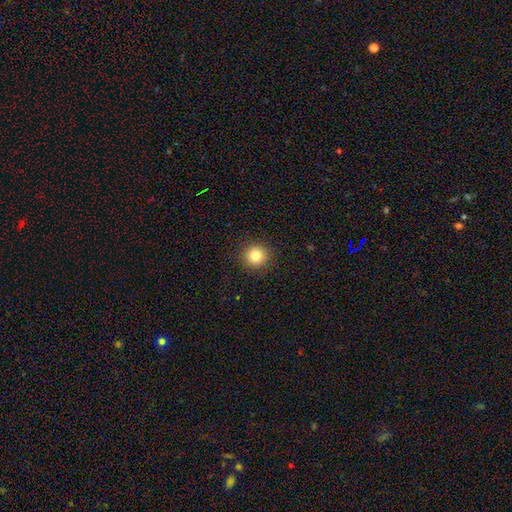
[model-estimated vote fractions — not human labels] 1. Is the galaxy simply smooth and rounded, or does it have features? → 82% smooth, 12% star or artifact, 7% featured or disk.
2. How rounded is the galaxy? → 94% round, 5% in between, 1% cigar-shaped.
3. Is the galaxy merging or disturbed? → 92% none, 6% minor disturbance, 2% major disturbance, 1% merger.